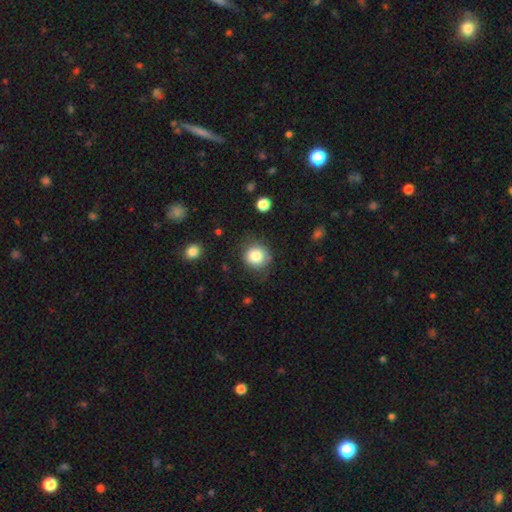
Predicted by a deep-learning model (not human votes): smooth-or-featured: smooth: 82% | star or artifact: 9% | featured or disk: 9%
  how-rounded: round: 89% | in between: 10% | cigar-shaped: 1%
  merging: none: 73% | minor disturbance: 19% | major disturbance: 6% | merger: 2%